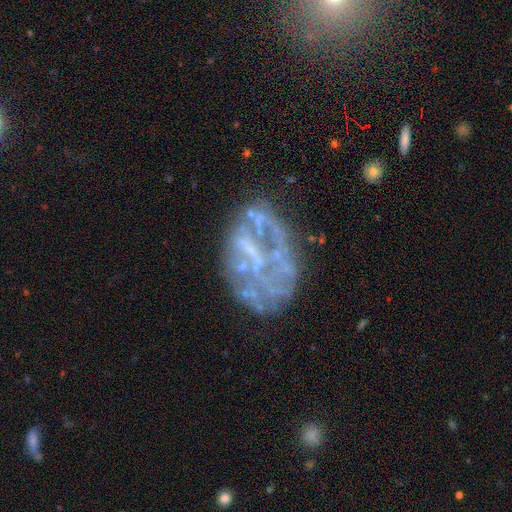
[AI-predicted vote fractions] Q: Smooth or featured?
A: featured or disk (70%); runner-up: smooth (16%)
Q: Edge-on disk?
A: no (97%); runner-up: yes (3%)
Q: Bar?
A: no (72%); runner-up: weak (19%)
Q: Spiral arms?
A: no (73%); runner-up: yes (27%)
Q: Bulge size?
A: none (67%); runner-up: small (20%)
Q: Merging?
A: none (49%); runner-up: major disturbance (24%)